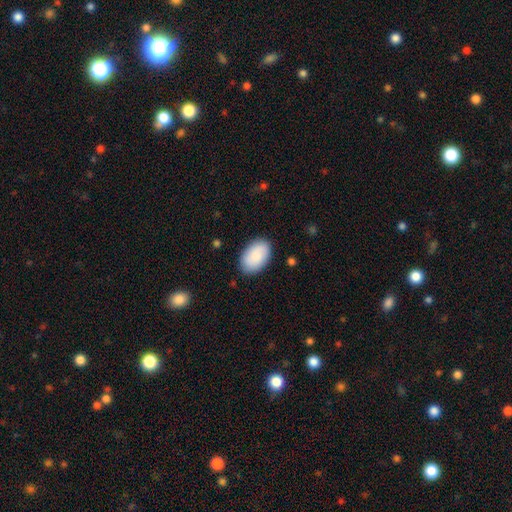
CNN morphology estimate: This appears to be a smooth galaxy with no disk features (89%) that is in between round and cigar-shaped (92%). Merging: none (86%).